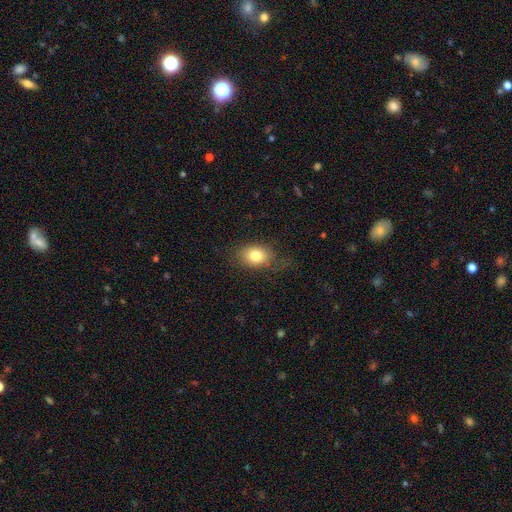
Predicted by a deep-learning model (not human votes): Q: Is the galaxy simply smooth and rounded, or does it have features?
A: smooth — 80%.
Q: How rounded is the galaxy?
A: in between — 69%.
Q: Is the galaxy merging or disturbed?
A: none — 69%.